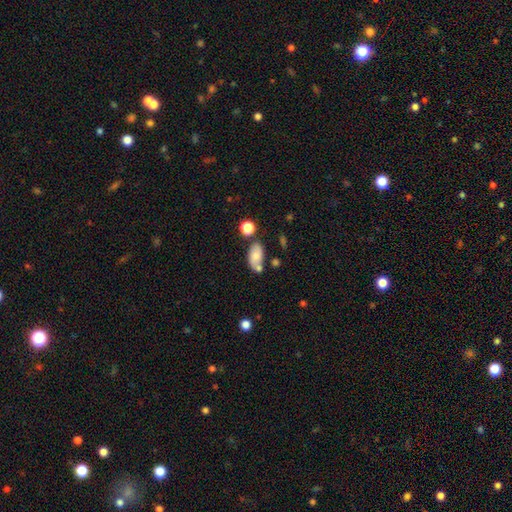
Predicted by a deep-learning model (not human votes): This is likely a smooth galaxy (69%). How rounded: clearly in between (90%). Merging: possibly none (54%).